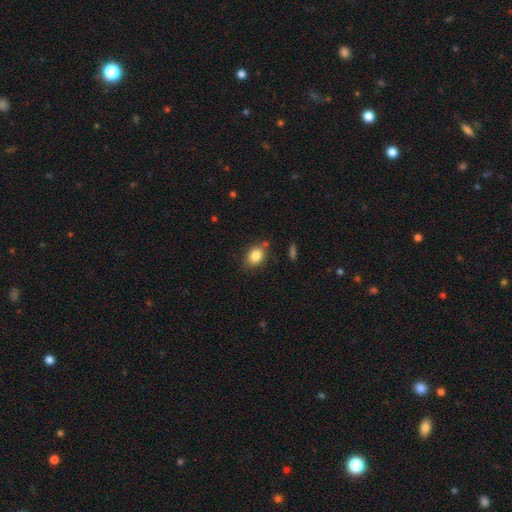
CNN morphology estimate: Smooth or featured? Predicted: smooth (p=0.84). How rounded? Predicted: in between (p=0.63). Merging? Predicted: none (p=0.77).